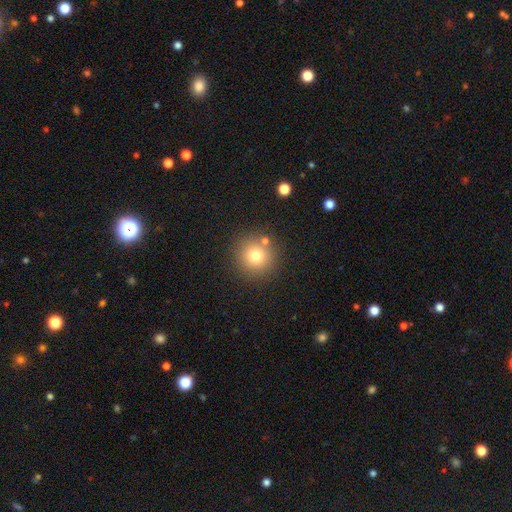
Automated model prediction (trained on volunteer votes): A smooth galaxy with no disk features (76%) that is round (95%). Merging: none (82%).